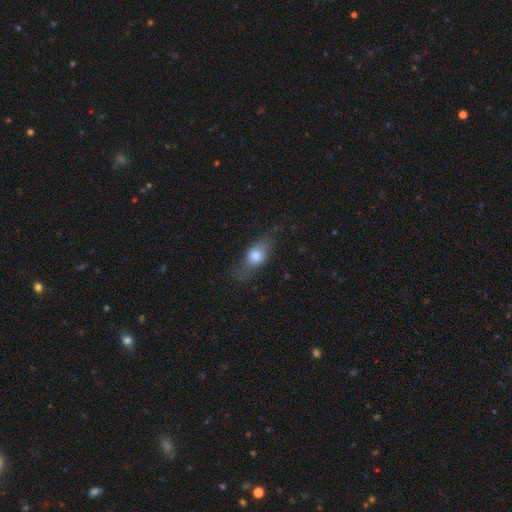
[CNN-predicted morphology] Smooth or featured?
  - smooth: 67% *
  - featured or disk: 25%
  - star or artifact: 9%
How rounded?
  - in between: 66% *
  - round: 19%
  - cigar-shaped: 16%
Merging?
  - none: 67% *
  - minor disturbance: 21%
  - major disturbance: 10%
  - merger: 2%